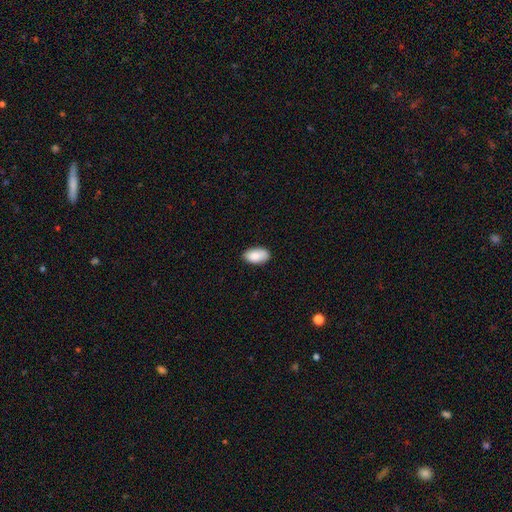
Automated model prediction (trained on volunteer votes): Q: Smooth or featured?
A: smooth (86%); runner-up: featured or disk (7%)
Q: How rounded?
A: in between (95%); runner-up: round (3%)
Q: Merging?
A: none (83%); runner-up: minor disturbance (14%)